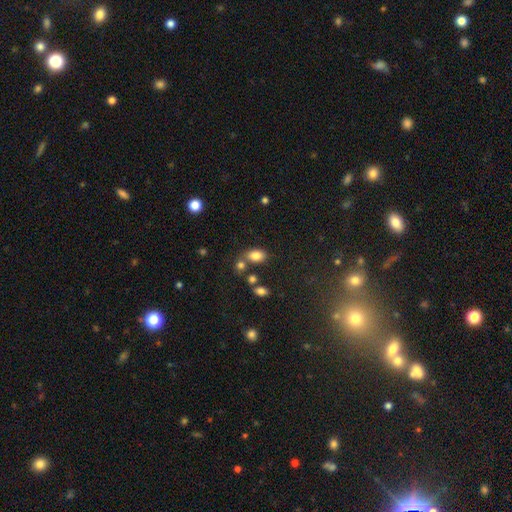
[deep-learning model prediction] Smooth or featured? smooth (82%)
How rounded? in between (84%)
Merging? none (62%)